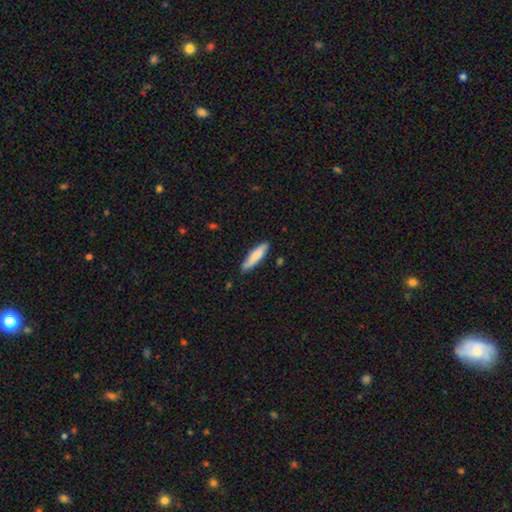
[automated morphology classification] Overall: smooth (81%). How rounded: cigar-shaped (75%). Merging: none (84%).